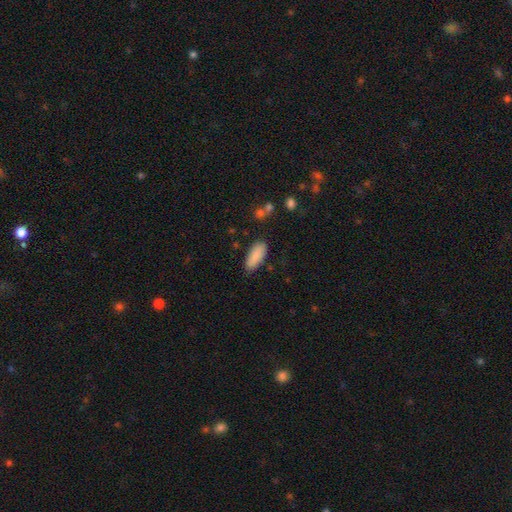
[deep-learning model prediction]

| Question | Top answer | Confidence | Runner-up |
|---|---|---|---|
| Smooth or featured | smooth | 88% | star or artifact (6%) |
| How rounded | in between | 77% | cigar-shaped (22%) |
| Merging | none | 82% | minor disturbance (13%) |